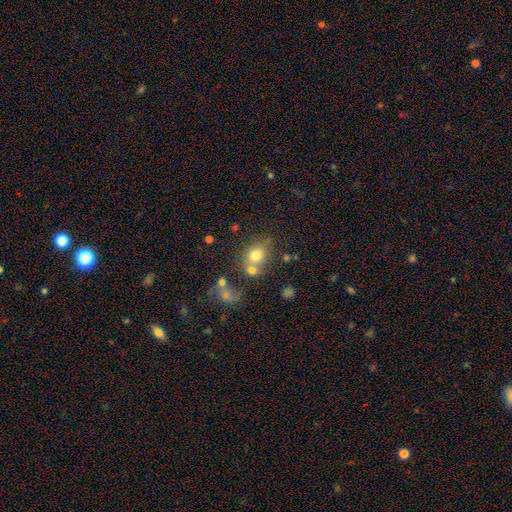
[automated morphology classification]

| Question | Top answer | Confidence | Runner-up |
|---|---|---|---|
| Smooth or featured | smooth | 73% | featured or disk (13%) |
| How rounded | round | 66% | in between (33%) |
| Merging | none | 47% | merger (36%) |